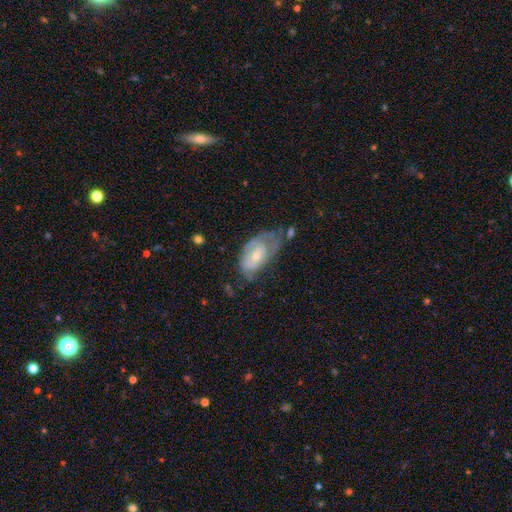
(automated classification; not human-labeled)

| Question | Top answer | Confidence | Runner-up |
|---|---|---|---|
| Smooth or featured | featured or disk | 57% | smooth (35%) |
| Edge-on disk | no | 92% | yes (8%) |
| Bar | no | 72% | weak (23%) |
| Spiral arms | yes | 60% | no (40%) |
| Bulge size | small | 54% | moderate (42%) |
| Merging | minor disturbance | 33% | none (32%) |